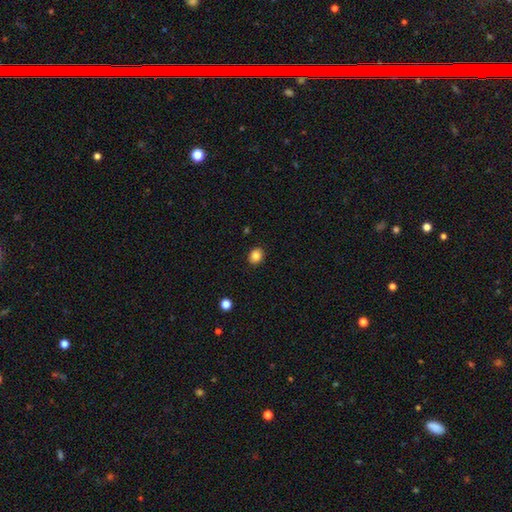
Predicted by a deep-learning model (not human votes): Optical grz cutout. It shows a smooth galaxy with no disk features (85%) that is round (60%). Merging: none (89%).